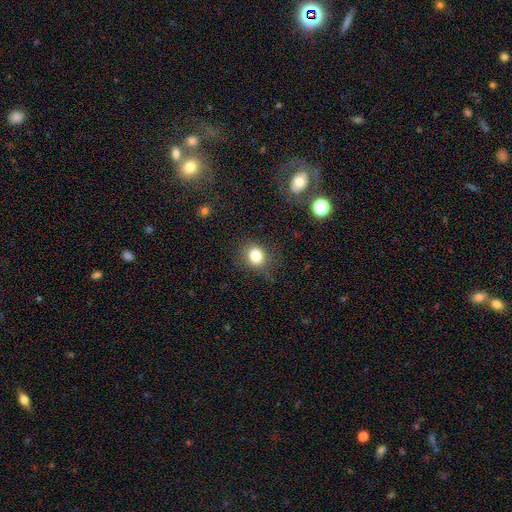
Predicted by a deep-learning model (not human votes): smooth_or_featured: smooth (p=0.81) [alt: star or artifact p=0.12]
how_rounded: round (p=0.62) [alt: in between p=0.37]
merging: none (p=0.77) [alt: minor disturbance p=0.16]